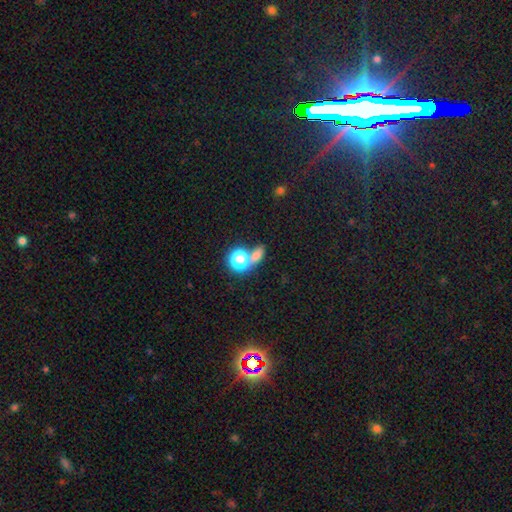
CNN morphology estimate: A smooth galaxy with no disk features (62%) that is in between round and cigar-shaped (56%).

Vote fractions:
- Smooth or featured? smooth: 62% / star or artifact: 28% / featured or disk: 10%
- How rounded? in between: 56% / round: 38% / cigar-shaped: 6%
- Merging? none: 53% / merger: 31% / minor disturbance: 10% / major disturbance: 6%